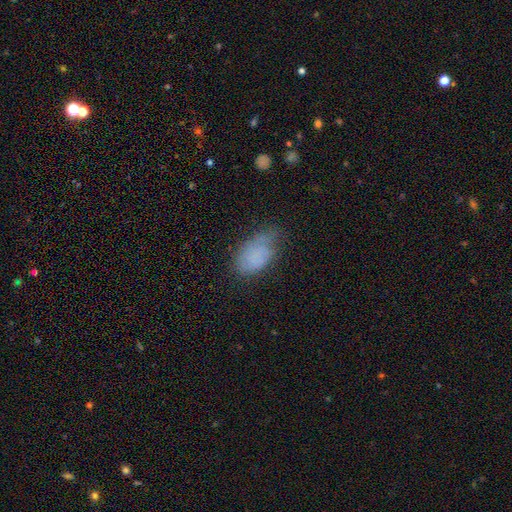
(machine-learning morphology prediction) Overall: smooth (72%). How rounded: in between (91%). Merging: none (42%; minor disturbance 38%).